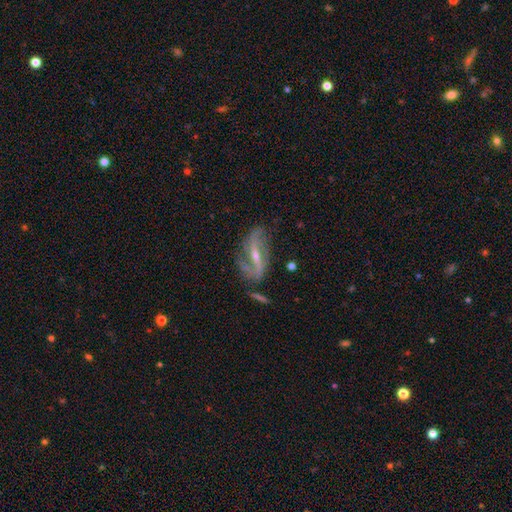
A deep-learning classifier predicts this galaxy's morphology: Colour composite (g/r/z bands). It shows a featured or disk galaxy (84%) with a strong bar (50%), 2 (81%) loose (55%) spiral arms (91%) and a small central bulge (58%). Merging: none (58%).